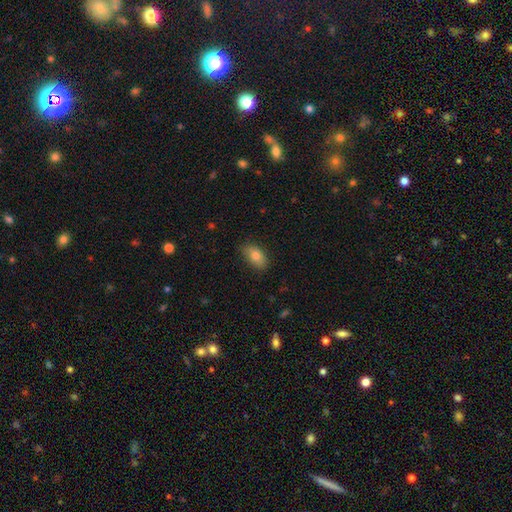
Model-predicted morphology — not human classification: smooth 81%, featured or disk 11%, star or artifact 8%. Down the decision tree: how rounded — in between (90%); merging — none (79%).